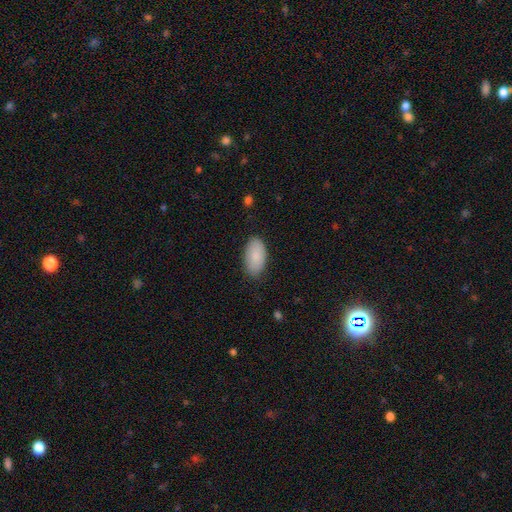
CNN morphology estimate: The model was most divided on "merging": none: 82%, minor disturbance: 14%, major disturbance: 3%, merger: 1%. More confident: how rounded — in between (95%); smooth or featured — smooth (87%).